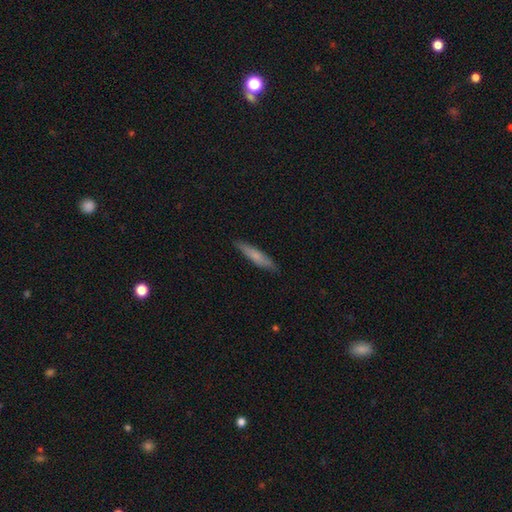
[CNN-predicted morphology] Smooth or featured? Predicted: smooth (p=0.70). How rounded? Predicted: cigar-shaped (p=0.86). Merging? Predicted: none (p=0.85).